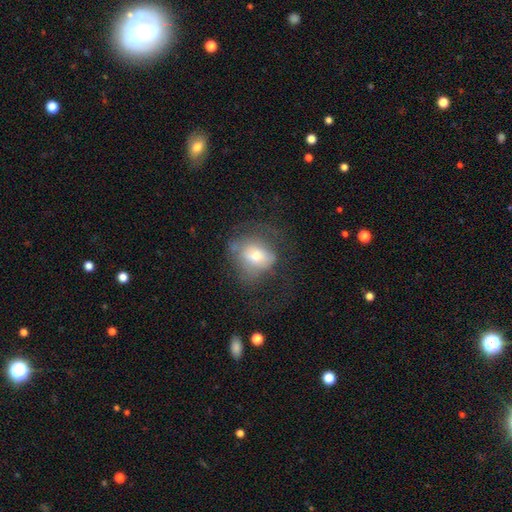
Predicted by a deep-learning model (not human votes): smooth_or_featured: smooth (p=0.57) [alt: featured or disk p=0.33]
how_rounded: in between (p=0.51) [alt: round p=0.47]
merging: none (p=0.40) [alt: major disturbance p=0.34]